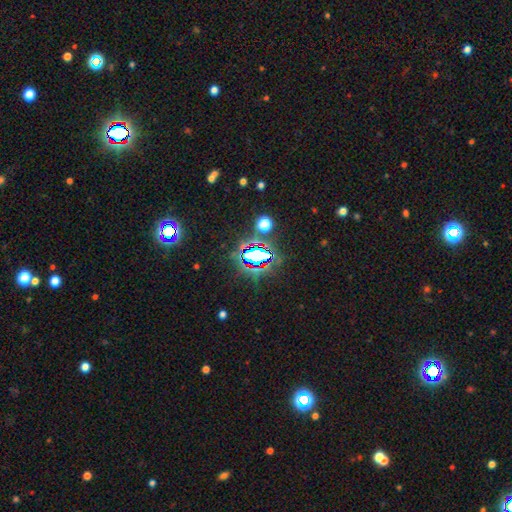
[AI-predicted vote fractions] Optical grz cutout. It shows a star or artifact, not a galaxy (70%).